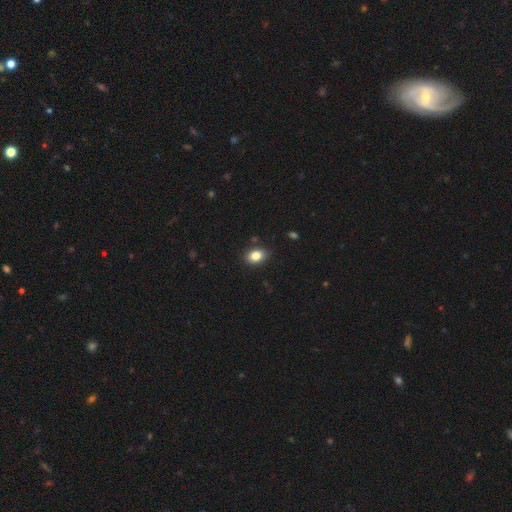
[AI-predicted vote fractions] This appears to be a smooth galaxy with no disk features (84%) that is in between round and cigar-shaped (71%). Merging: none (87%).